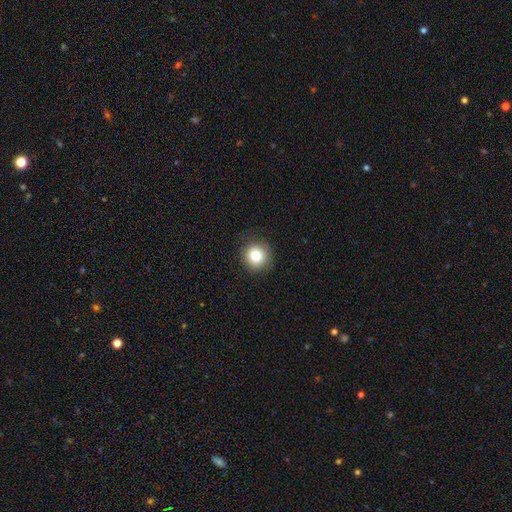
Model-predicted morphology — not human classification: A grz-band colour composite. It shows a smooth galaxy with no disk features (80%) that is round (93%). Merging: none (88%).